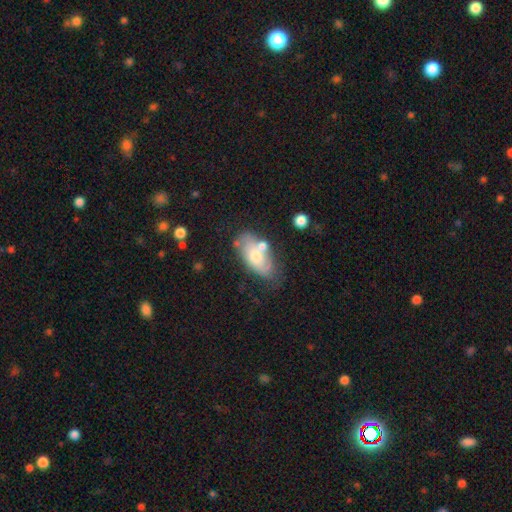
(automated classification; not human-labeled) Smooth or featured: smooth — 56% (featured or disk — 37%)
How rounded: in between — 91% (cigar-shaped — 5%)
Merging: none — 50% (minor disturbance — 23%)